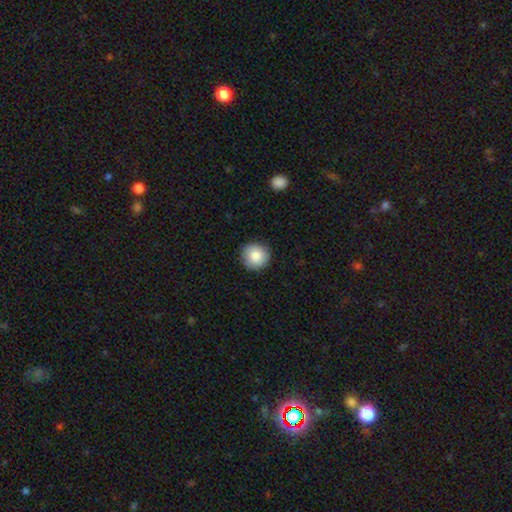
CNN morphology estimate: Smooth or featured? Predicted: smooth (p=0.86). How rounded? Predicted: round (p=0.93). Merging? Predicted: none (p=0.90).